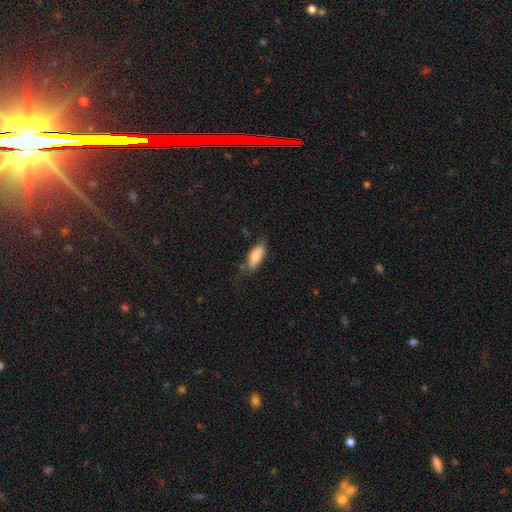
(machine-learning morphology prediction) This is likely a smooth galaxy (79%). How rounded: likely in between (74%). Merging: likely none (64%).